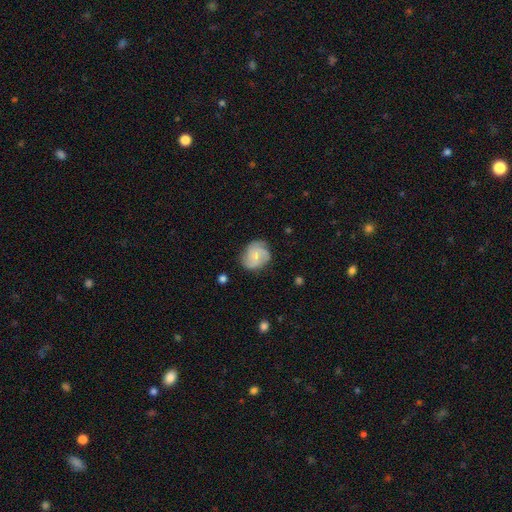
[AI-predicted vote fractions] smooth-or-featured: featured or disk: 58% | smooth: 35% | star or artifact: 7%
  disk-edge-on: no: 98% | yes: 2%
    bar: no: 69% | weak: 27% | strong: 4%
    has-spiral-arms: yes: 91% | no: 9%
      spiral-winding: medium: 44% | tight: 40% | loose: 16%
      spiral-arm-count: 3: 46% | can't tell: 18% | 2: 14% | 4: 14% | 1: 4% | more than 4: 4%
    bulge-size: small: 62% | moderate: 23% | none: 13% | large: 2% | dominant: 1%
  merging: none: 72% | minor disturbance: 20% | major disturbance: 7% | merger: 1%